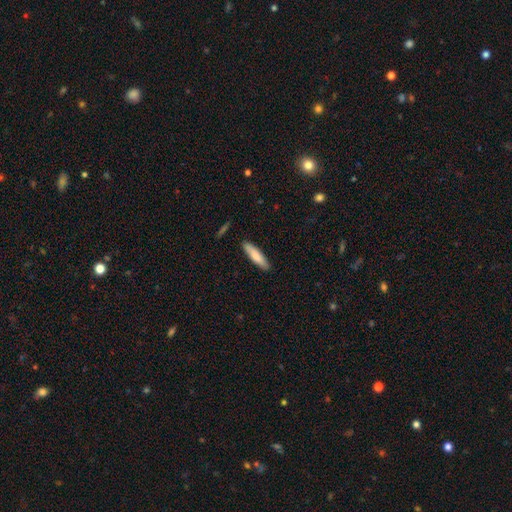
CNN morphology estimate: type=smooth (80%); roundness=cigar-shaped (77%); merging=none (88%).